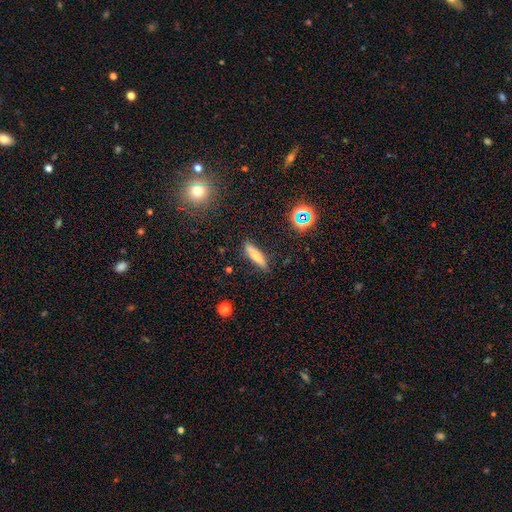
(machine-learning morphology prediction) Smooth or featured?
  - smooth: 70% *
  - featured or disk: 20%
  - star or artifact: 10%
How rounded?
  - cigar-shaped: 79% *
  - in between: 19%
  - round: 2%
Merging?
  - none: 86% *
  - minor disturbance: 10%
  - major disturbance: 2%
  - merger: 2%